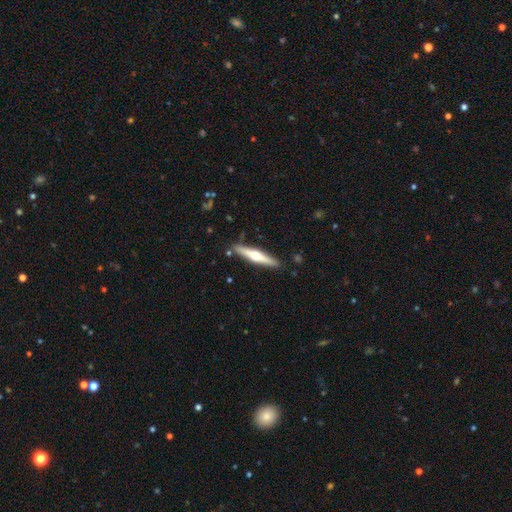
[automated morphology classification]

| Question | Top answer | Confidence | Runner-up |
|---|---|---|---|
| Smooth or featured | featured or disk | 61% | smooth (34%) |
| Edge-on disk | yes | 96% | no (4%) |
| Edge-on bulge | rounded | 93% | none (5%) |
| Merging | none | 88% | minor disturbance (8%) |